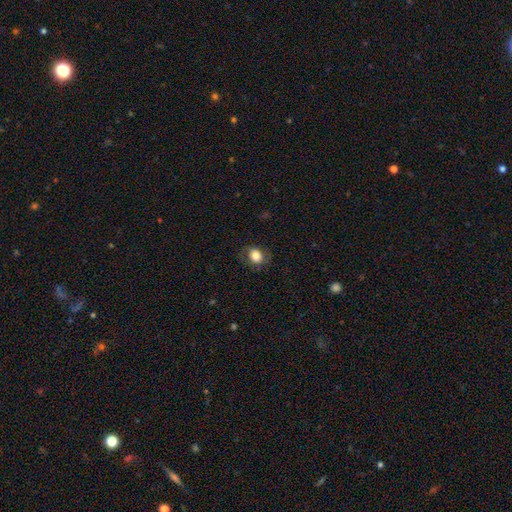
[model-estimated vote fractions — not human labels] Morphology: type=smooth (80%); roundness=round (52%); merging=none (77%).